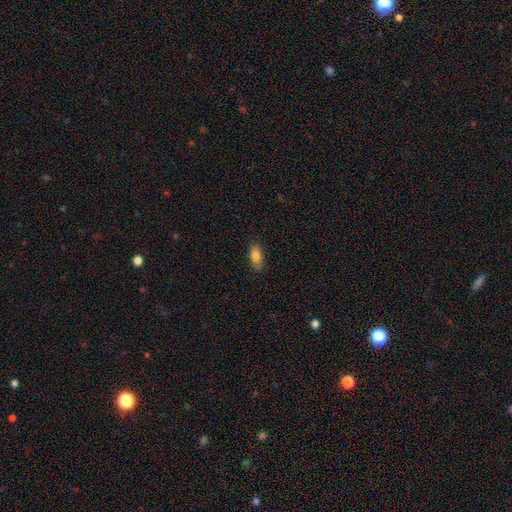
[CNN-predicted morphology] smooth-or-featured: smooth: 81% | featured or disk: 11% | star or artifact: 7%
  how-rounded: in between: 83% | cigar-shaped: 14% | round: 3%
  merging: none: 84% | minor disturbance: 13% | major disturbance: 2% | merger: 1%